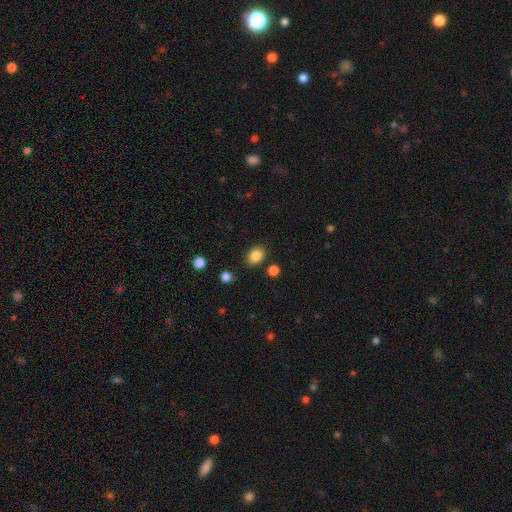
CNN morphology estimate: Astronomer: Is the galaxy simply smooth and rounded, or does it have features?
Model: smooth — 86%.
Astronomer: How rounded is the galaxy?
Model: in between — 62%.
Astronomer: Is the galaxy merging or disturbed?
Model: none — 83%.